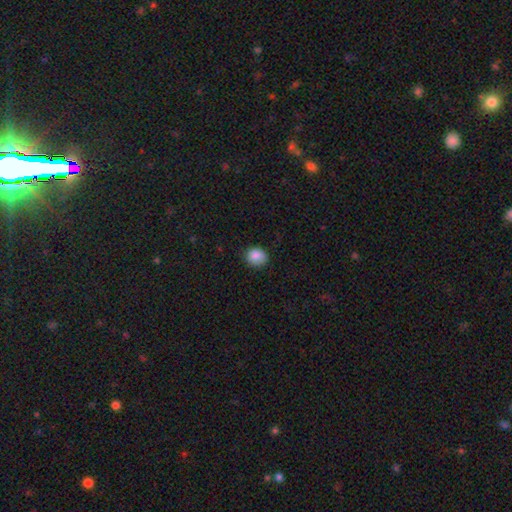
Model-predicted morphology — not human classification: Smooth or featured? smooth (87%)
How rounded? round (72%)
Merging? none (80%)